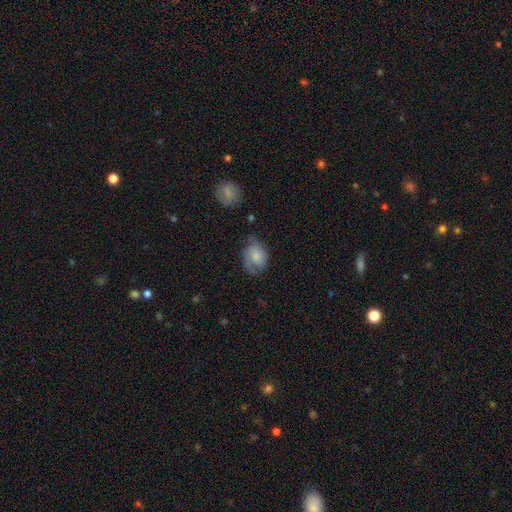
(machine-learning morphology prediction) This appears to be a smooth galaxy with no disk features (58%) that is in between round and cigar-shaped (70%). Merging: none (46%).